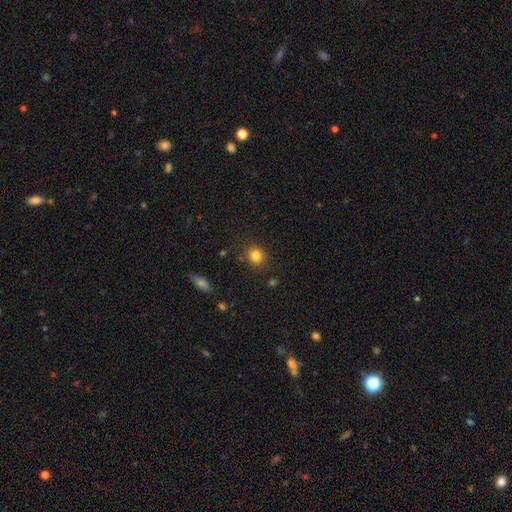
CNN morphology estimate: Smooth or featured? Predicted: smooth (p=0.83). How rounded? Predicted: round (p=0.84). Merging? Predicted: none (p=0.85).